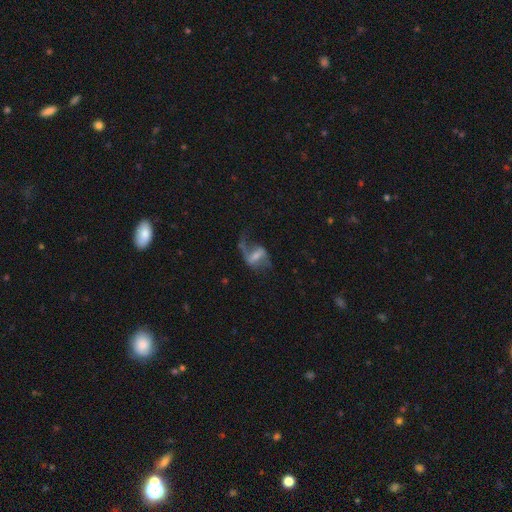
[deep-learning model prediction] A featured or disk galaxy (78%) with a strong bar (44%), 2 (77%) loose (73%) spiral arms (87%) and a small central bulge (45%). Merging: none (48%).